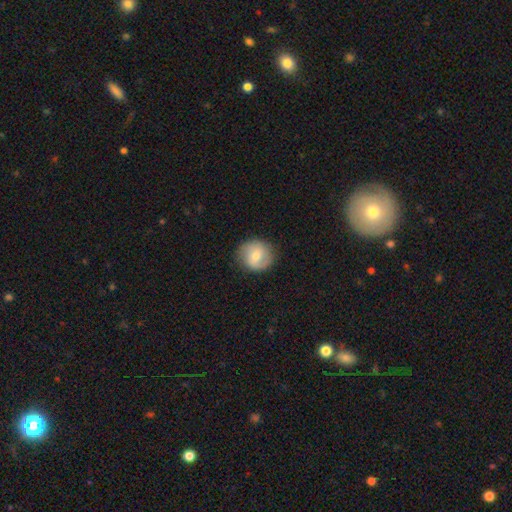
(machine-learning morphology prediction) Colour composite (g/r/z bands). It shows a smooth galaxy with no disk features (54%) that is round (87%). Merging: none (83%).